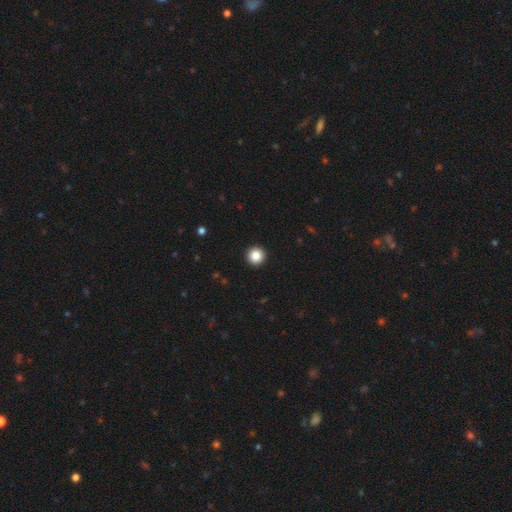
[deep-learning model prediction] This is clearly a smooth galaxy (86%). How rounded: clearly round (96%). Merging: clearly none (94%).